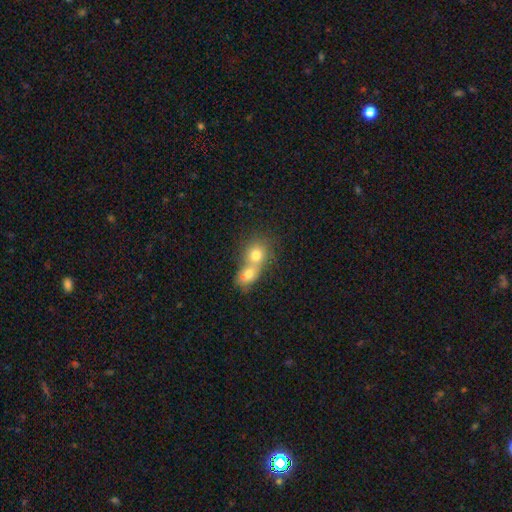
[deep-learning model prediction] A smooth galaxy with no disk features (72%) that is round (69%).

Vote fractions:
- Smooth or featured? smooth: 72% / featured or disk: 17% / star or artifact: 11%
- How rounded? round: 69% / in between: 30% / cigar-shaped: 1%
- Merging? merger: 71% / none: 21% / minor disturbance: 5% / major disturbance: 3%